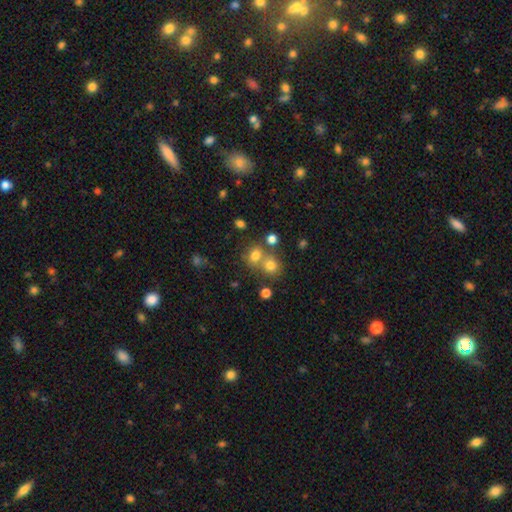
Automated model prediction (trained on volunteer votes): The model was most divided on "merging": none: 49%, merger: 38%, minor disturbance: 9%, major disturbance: 4%. More confident: smooth or featured — smooth (72%); how rounded — round (68%).